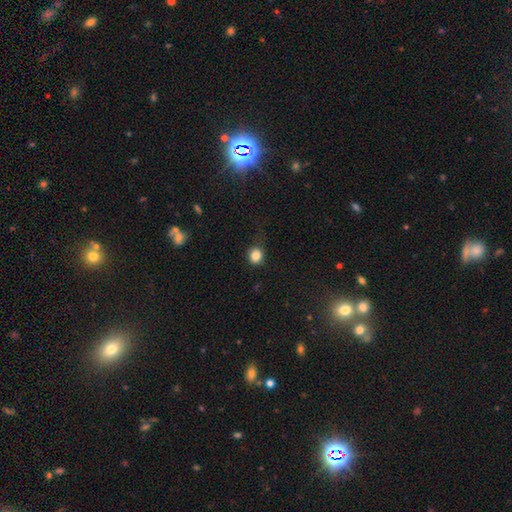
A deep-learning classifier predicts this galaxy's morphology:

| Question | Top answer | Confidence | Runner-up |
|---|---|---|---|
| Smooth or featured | smooth | 83% | star or artifact (12%) |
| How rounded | round | 84% | in between (16%) |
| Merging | none | 75% | minor disturbance (18%) |